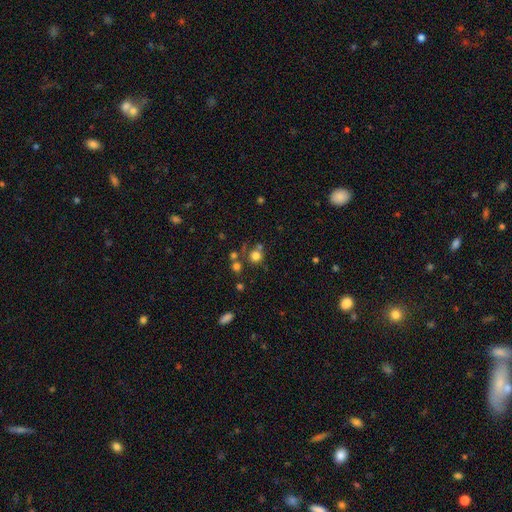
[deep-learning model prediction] Smooth or featured?
  - smooth: 75% *
  - star or artifact: 16%
  - featured or disk: 9%
How rounded?
  - round: 90% *
  - in between: 9%
  - cigar-shaped: 1%
Merging?
  - none: 64% *
  - merger: 21%
  - minor disturbance: 10%
  - major disturbance: 5%